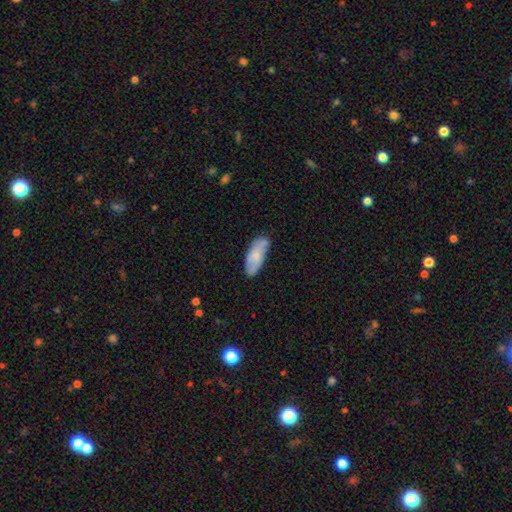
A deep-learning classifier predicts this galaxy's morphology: Overall: smooth (70%). How rounded: in between (79%). Merging: none (65%; minor disturbance 26%).